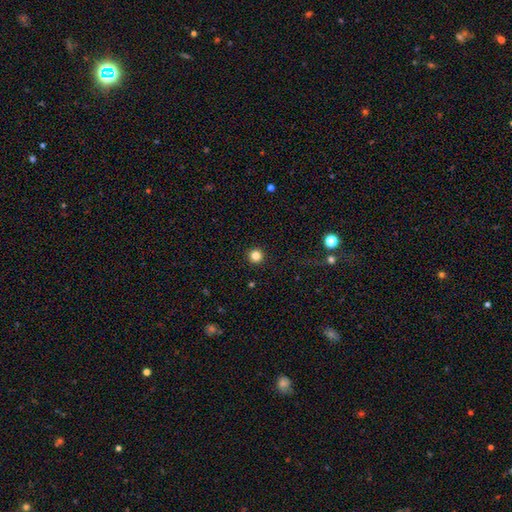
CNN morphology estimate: This appears to be a smooth galaxy with no disk features (83%) that is round (96%). Merging: none (94%).